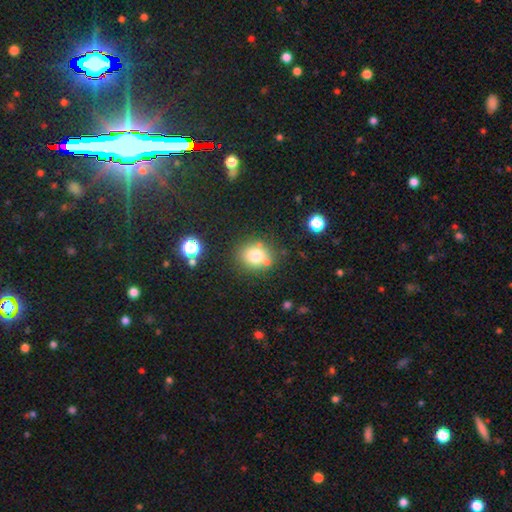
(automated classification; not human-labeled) A smooth galaxy with no disk features (75%) that is round (77%). Merging: none (70%).